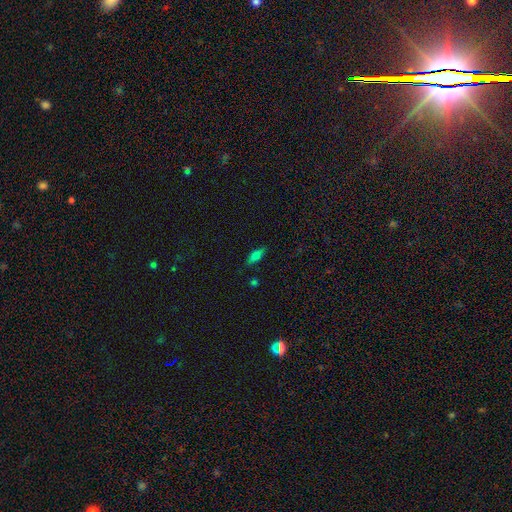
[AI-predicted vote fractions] A smooth galaxy with no disk features (66%) that is in between round and cigar-shaped (66%).

Vote fractions:
- Smooth or featured? smooth: 66% / featured or disk: 23% / star or artifact: 11%
- How rounded? in between: 66% / cigar-shaped: 30% / round: 4%
- Merging? none: 82% / minor disturbance: 13% / major disturbance: 3% / merger: 2%